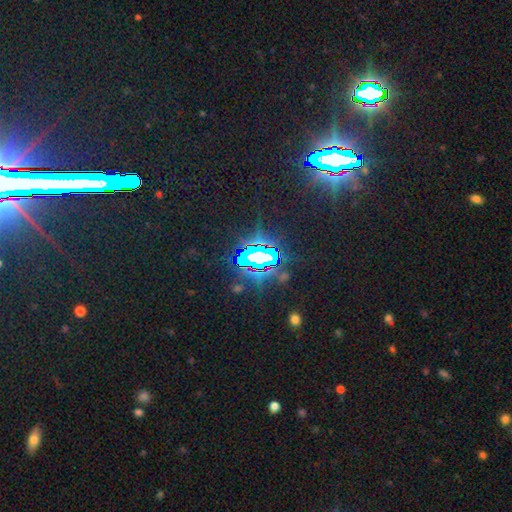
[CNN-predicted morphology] Overall: star or artifact (79%).